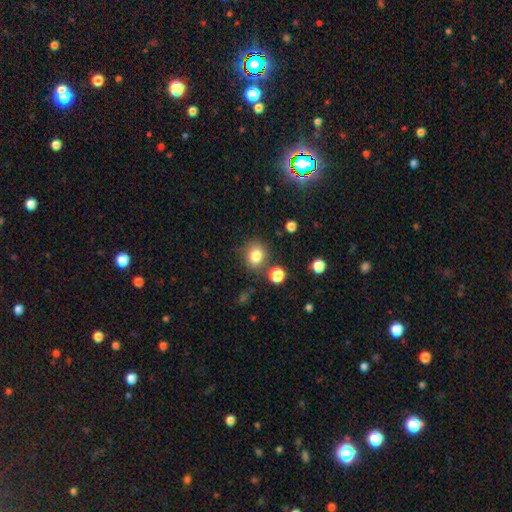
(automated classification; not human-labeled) smooth 82%, star or artifact 12%, featured or disk 7%. Down the decision tree: how rounded — round (72%); merging — none (77%).